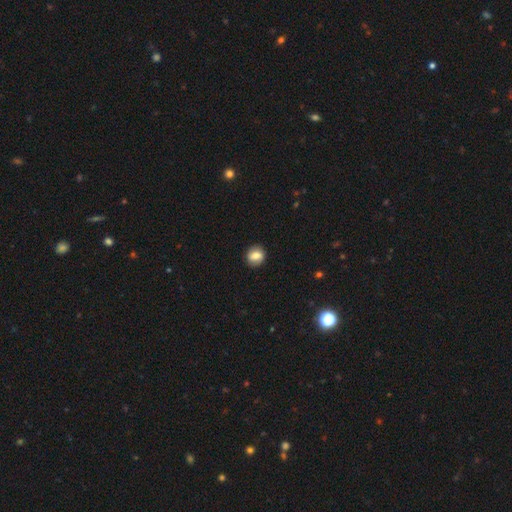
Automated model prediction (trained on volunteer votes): Smooth or featured: smooth — 73% (featured or disk — 18%)
How rounded: round — 72% (in between — 26%)
Merging: none — 88% (minor disturbance — 9%)